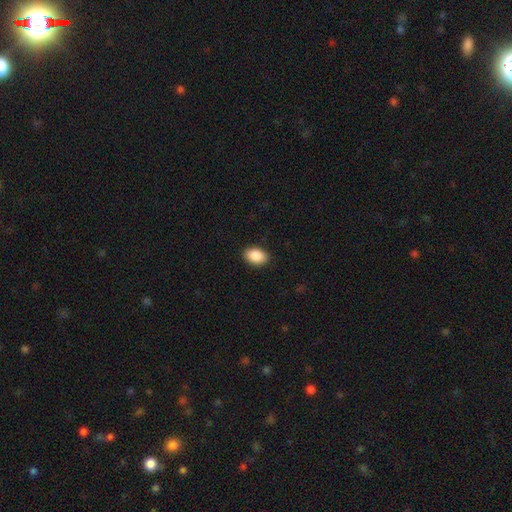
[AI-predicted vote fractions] A smooth galaxy with no disk features (90%) that is in between round and cigar-shaped (87%).

Vote fractions:
- Smooth or featured? smooth: 90% / star or artifact: 7% / featured or disk: 3%
- How rounded? in between: 87% / round: 12% / cigar-shaped: 1%
- Merging? none: 90% / minor disturbance: 8% / major disturbance: 2% / merger: 1%